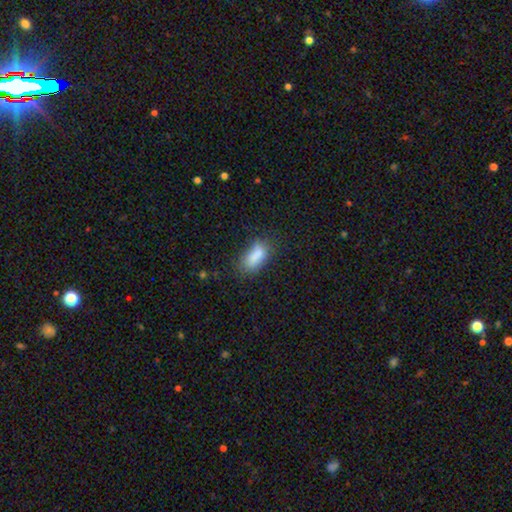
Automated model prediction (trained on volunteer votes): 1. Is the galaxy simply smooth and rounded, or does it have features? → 80% smooth, 10% featured or disk, 10% star or artifact.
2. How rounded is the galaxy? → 86% in between, 9% cigar-shaped, 5% round.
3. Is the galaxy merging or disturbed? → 53% none, 26% minor disturbance, 11% major disturbance, 10% merger.